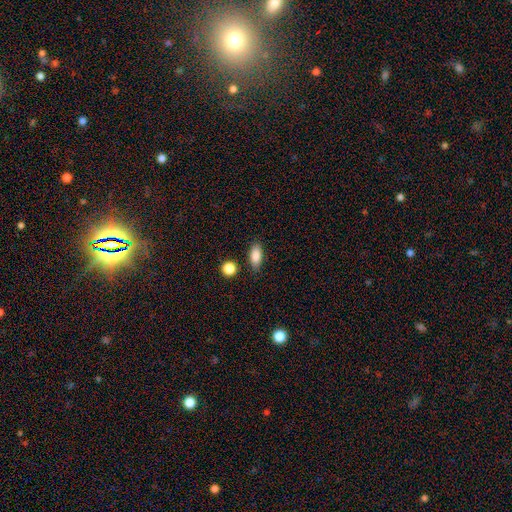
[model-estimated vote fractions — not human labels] Smooth or featured? smooth (86%)
How rounded? in between (84%)
Merging? none (82%)